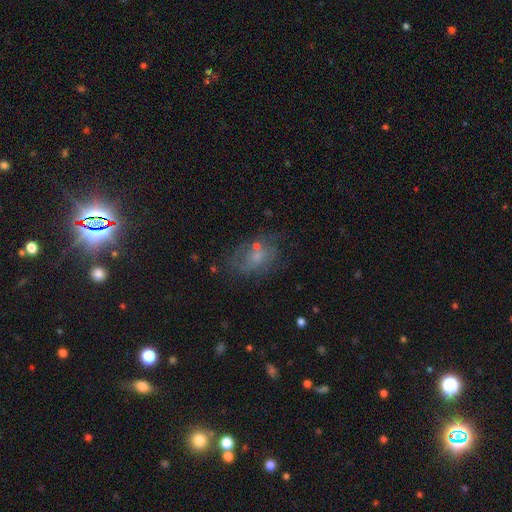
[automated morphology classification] Smooth or featured? Predicted: featured or disk (p=0.35, tied with star or artifact). Merging? Predicted: none (p=0.55).